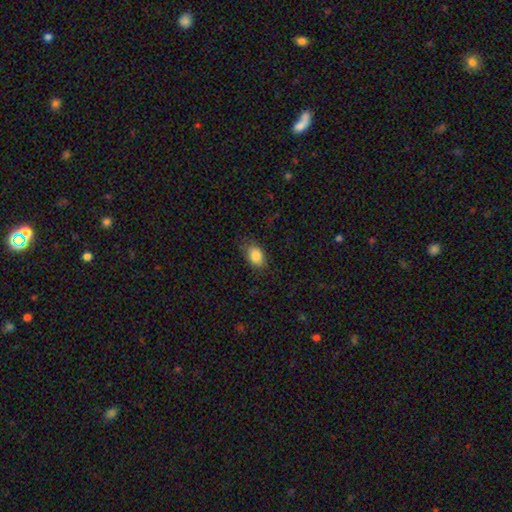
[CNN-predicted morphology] type=smooth (86%); roundness=in between (85%); merging=none (75%).